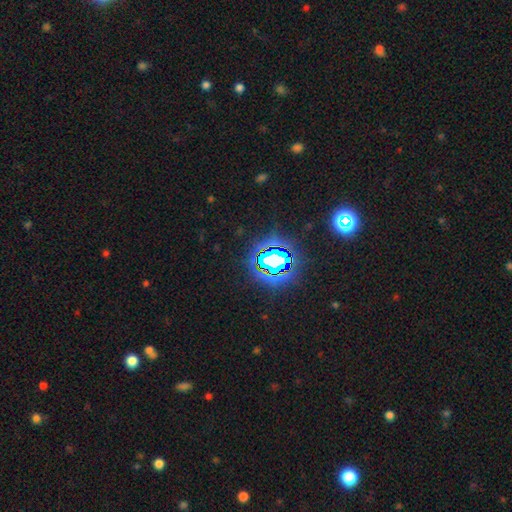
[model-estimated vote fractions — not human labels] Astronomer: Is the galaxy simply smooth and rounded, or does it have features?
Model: star or artifact — 83%.